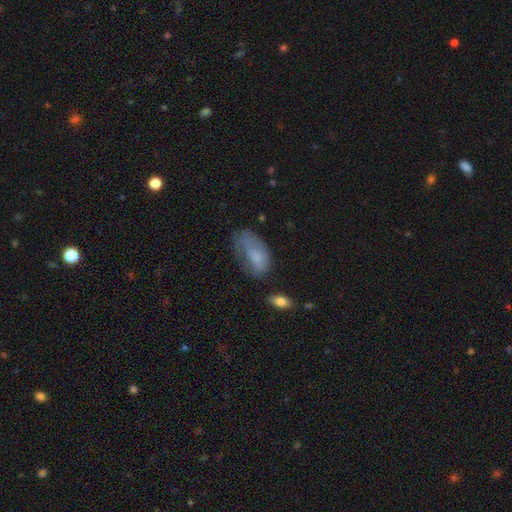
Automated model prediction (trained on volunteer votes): A smooth galaxy with no disk features (64%) that is in between round and cigar-shaped (90%).

Vote fractions:
- Smooth or featured? smooth: 64% / featured or disk: 27% / star or artifact: 9%
- How rounded? in between: 90% / cigar-shaped: 5% / round: 5%
- Merging? none: 35% / minor disturbance: 32% / major disturbance: 30% / merger: 3%